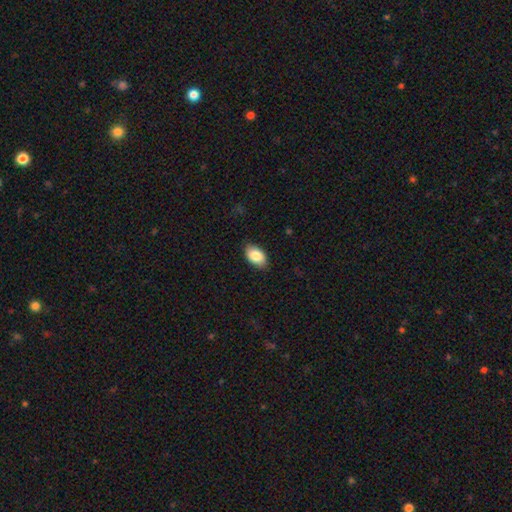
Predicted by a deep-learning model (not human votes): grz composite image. It shows a smooth galaxy with no disk features (84%) that is in between round and cigar-shaped (92%). Merging: none (84%).